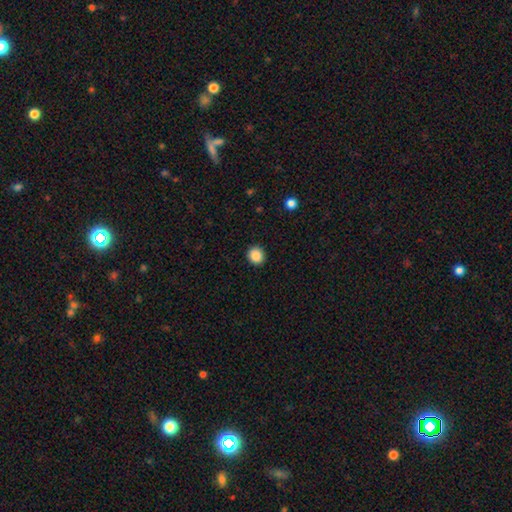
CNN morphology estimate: Smooth or featured?
  - smooth: 88% *
  - star or artifact: 9%
  - featured or disk: 3%
How rounded?
  - round: 88% *
  - in between: 11%
  - cigar-shaped: 1%
Merging?
  - none: 92% *
  - minor disturbance: 5%
  - major disturbance: 2%
  - merger: 1%